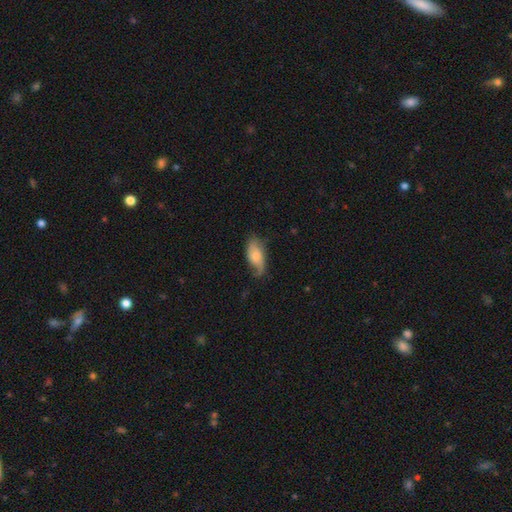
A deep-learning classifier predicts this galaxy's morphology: A smooth galaxy with no disk features (50%) that is in between round and cigar-shaped (88%).

Vote fractions:
- Smooth or featured? smooth: 50% / featured or disk: 43% / star or artifact: 7%
- How rounded? in between: 88% / cigar-shaped: 8% / round: 4%
- Merging? none: 55% / minor disturbance: 31% / major disturbance: 12% / merger: 2%